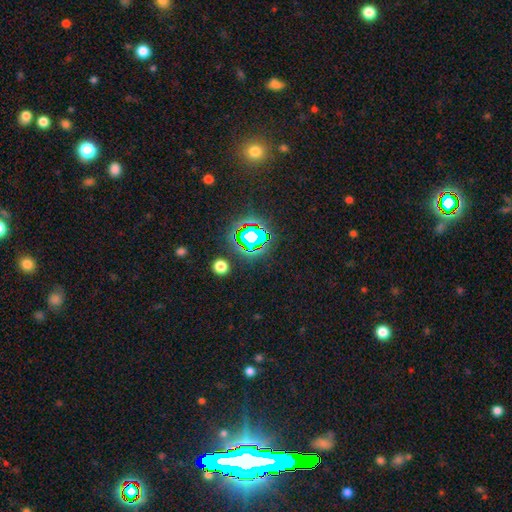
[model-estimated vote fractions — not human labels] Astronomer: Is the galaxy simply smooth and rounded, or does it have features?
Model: star or artifact — 79%.